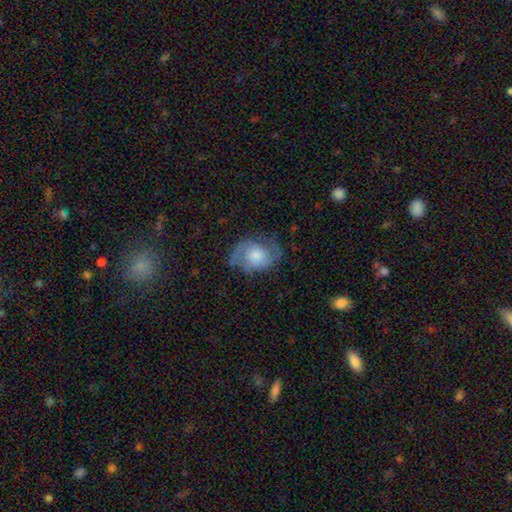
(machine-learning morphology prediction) This is possibly a featured or disk galaxy (53%). It is clearly not viewed edge-on (97%). Bar: likely no (75%). Spiral arm pattern: likely yes (79%). Central bulge: marginally moderate (38%). Merging: possibly none (55%).